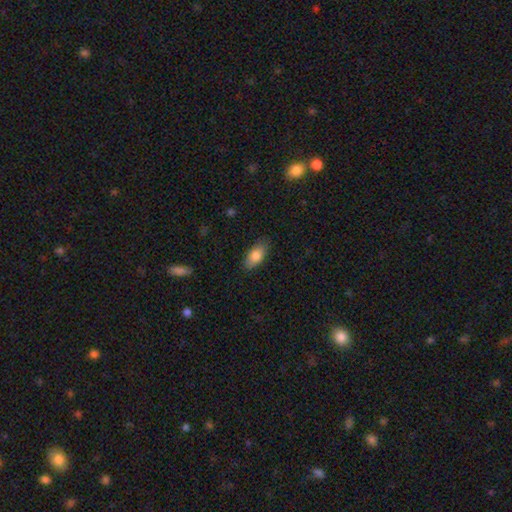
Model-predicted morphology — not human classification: Overall: smooth (82%). How rounded: in between (89%). Merging: none (82%).